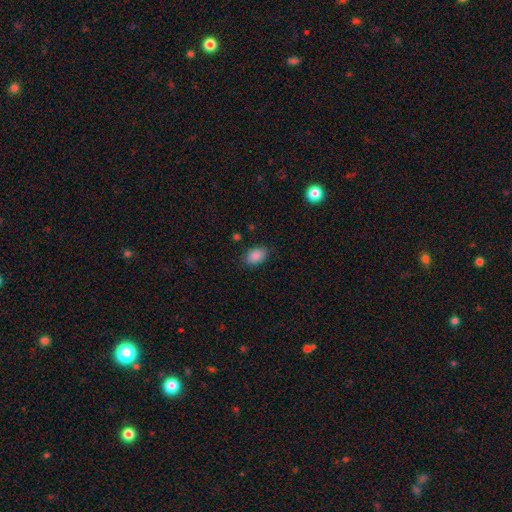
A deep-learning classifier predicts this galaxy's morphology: A smooth galaxy with no disk features (88%) that is in between round and cigar-shaped (84%).

Vote fractions:
- Smooth or featured? smooth: 88% / star or artifact: 8% / featured or disk: 4%
- How rounded? in between: 84% / round: 15% / cigar-shaped: 1%
- Merging? none: 84% / minor disturbance: 11% / major disturbance: 3% / merger: 1%